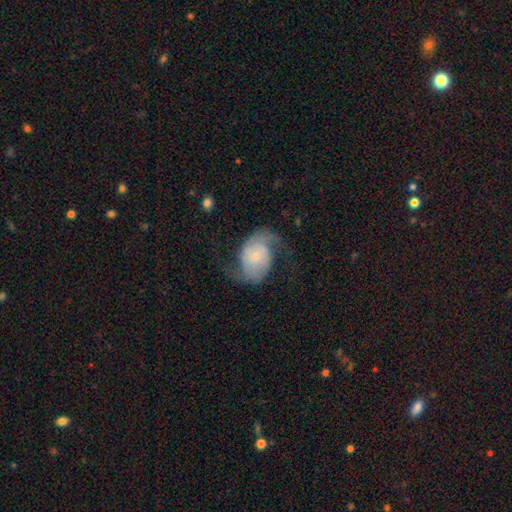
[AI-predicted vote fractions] Smooth or featured? Predicted: featured or disk (p=0.81). Edge-on disk? Predicted: no (p=0.98). Bar? Predicted: no (p=0.67). Spiral arms? Predicted: yes (p=0.95). Spiral winding? Predicted: loose (p=0.48). Spiral arm count? Predicted: 2 (p=0.90). Bulge size? Predicted: small (p=0.73). Merging? Predicted: none (p=0.61).